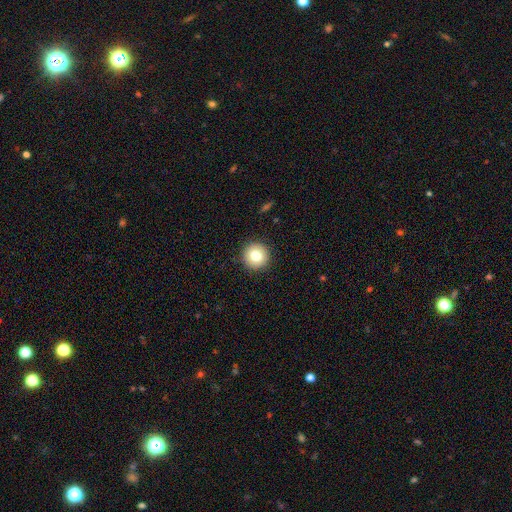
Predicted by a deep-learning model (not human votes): smooth 78%, featured or disk 12%, star or artifact 10%. Down the decision tree: how rounded — round (96%); merging — none (92%).